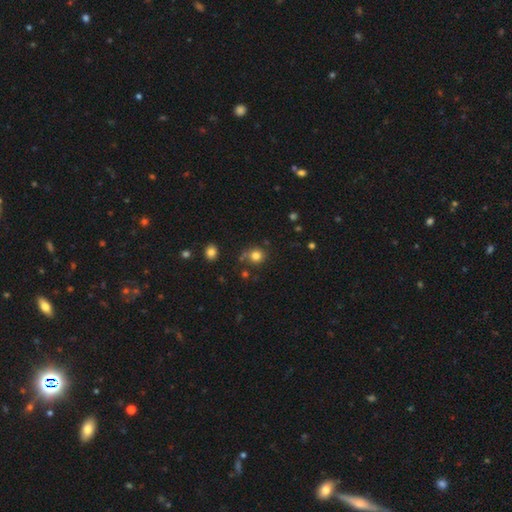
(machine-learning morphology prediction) smooth-or-featured: smooth: 80% | star or artifact: 13% | featured or disk: 6%
  how-rounded: round: 88% | in between: 11% | cigar-shaped: 1%
  merging: none: 74% | minor disturbance: 12% | merger: 10% | major disturbance: 4%